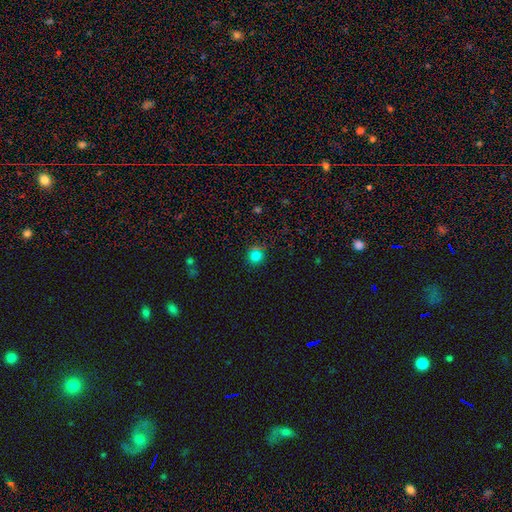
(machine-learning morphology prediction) Smooth or featured?
  - smooth: 77% *
  - star or artifact: 17%
  - featured or disk: 6%
How rounded?
  - round: 88% *
  - in between: 11%
  - cigar-shaped: 1%
Merging?
  - none: 82% *
  - minor disturbance: 11%
  - merger: 4%
  - major disturbance: 3%